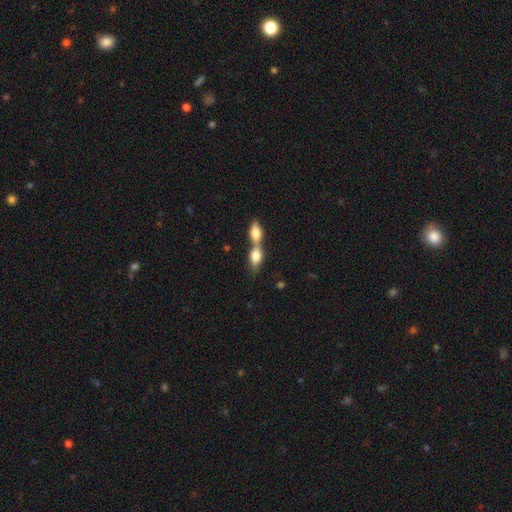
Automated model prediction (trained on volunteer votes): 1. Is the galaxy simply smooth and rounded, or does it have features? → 73% smooth, 20% featured or disk, 8% star or artifact.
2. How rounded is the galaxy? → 73% in between, 15% round, 12% cigar-shaped.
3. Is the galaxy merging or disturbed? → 75% merger, 16% none, 5% minor disturbance, 3% major disturbance.